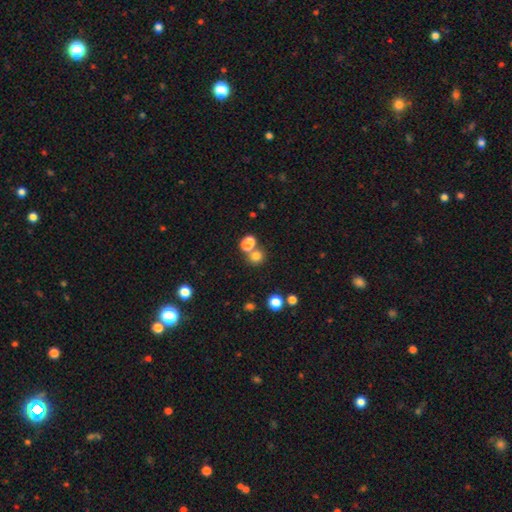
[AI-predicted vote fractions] smooth 76%, star or artifact 16%, featured or disk 8%. Down the decision tree: how rounded — round (78%); merging — none (52%).